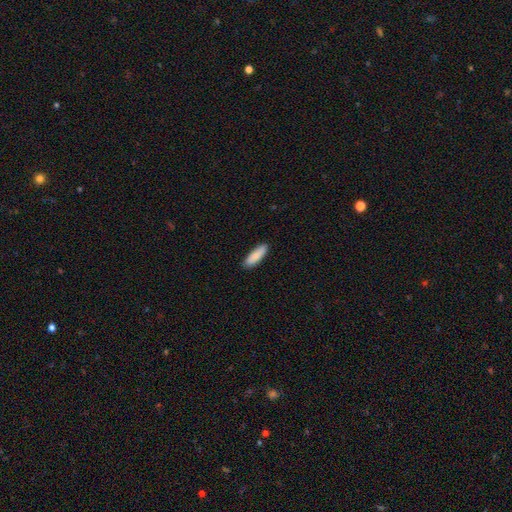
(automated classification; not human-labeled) This is clearly a smooth galaxy (86%). How rounded: possibly cigar-shaped (54%). Merging: clearly none (89%).